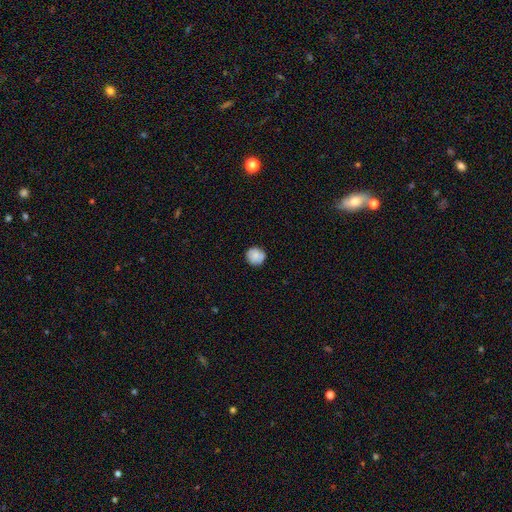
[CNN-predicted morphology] The model was most divided on "smooth or featured": smooth: 79%, featured or disk: 13%, star or artifact: 8%. More confident: how rounded — round (91%); merging — none (83%).